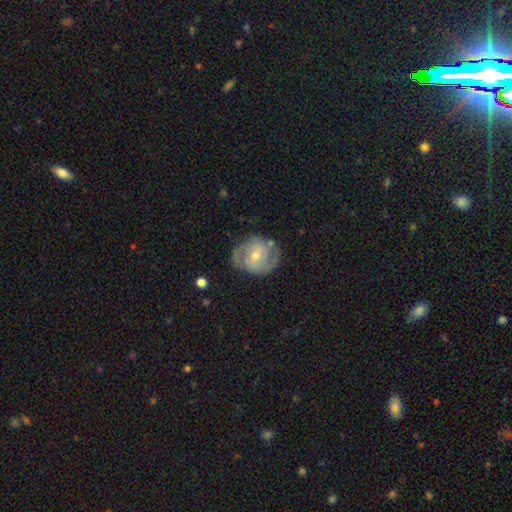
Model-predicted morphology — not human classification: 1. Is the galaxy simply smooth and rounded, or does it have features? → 77% featured or disk, 17% smooth, 6% star or artifact.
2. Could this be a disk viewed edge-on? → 97% no, 3% yes.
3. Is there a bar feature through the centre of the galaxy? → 48% no, 40% weak, 12% strong.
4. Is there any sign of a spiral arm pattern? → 90% yes, 10% no.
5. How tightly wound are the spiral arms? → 43% tight (tied), 43% medium (tied), 15% loose.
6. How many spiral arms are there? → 69% 2, 15% can't tell, 8% 3, 3% 1, 2% 4, 2% more than 4.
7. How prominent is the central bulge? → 52% moderate, 44% small, 2% large, 1% none, 1% dominant.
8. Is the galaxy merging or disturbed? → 70% none, 20% minor disturbance, 8% major disturbance, 2% merger.